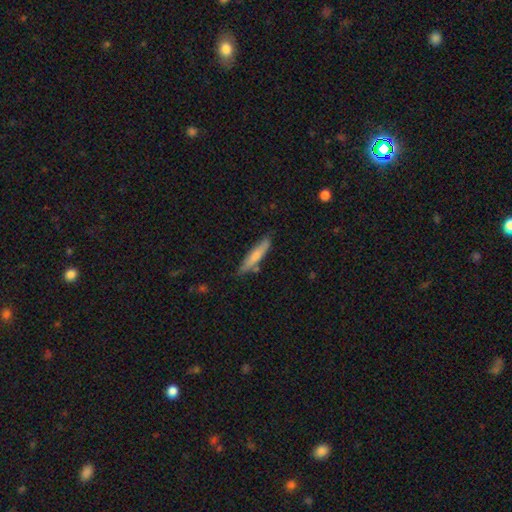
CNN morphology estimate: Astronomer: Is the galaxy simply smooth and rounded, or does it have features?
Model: smooth — 70%.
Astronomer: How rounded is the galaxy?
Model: cigar-shaped — 85%.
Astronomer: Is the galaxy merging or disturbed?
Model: none — 76%.